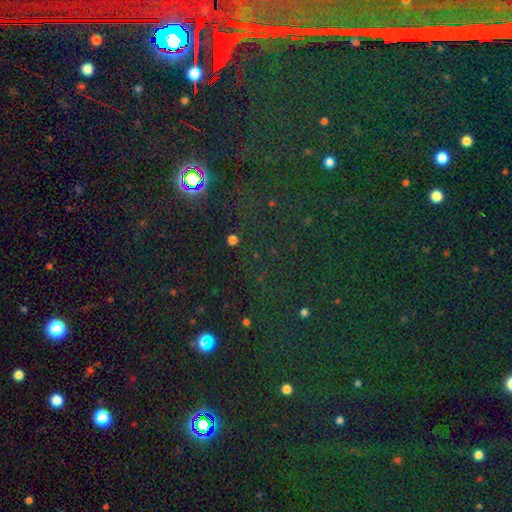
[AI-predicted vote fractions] The model was most divided on "smooth or featured": star or artifact: 79%, smooth: 13%, featured or disk: 7%.